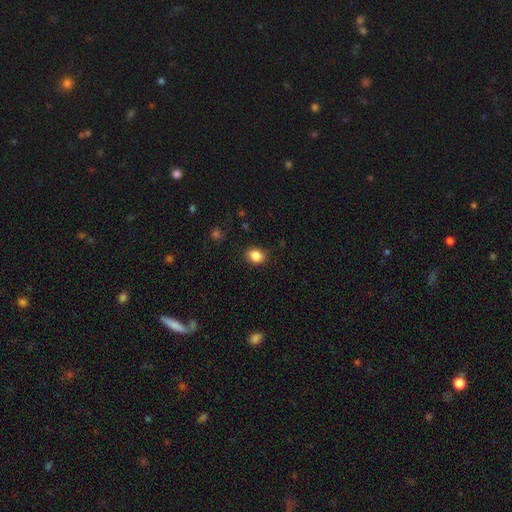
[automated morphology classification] Smooth or featured? Predicted: smooth (p=0.86). How rounded? Predicted: in between (p=0.51). Merging? Predicted: none (p=0.86).